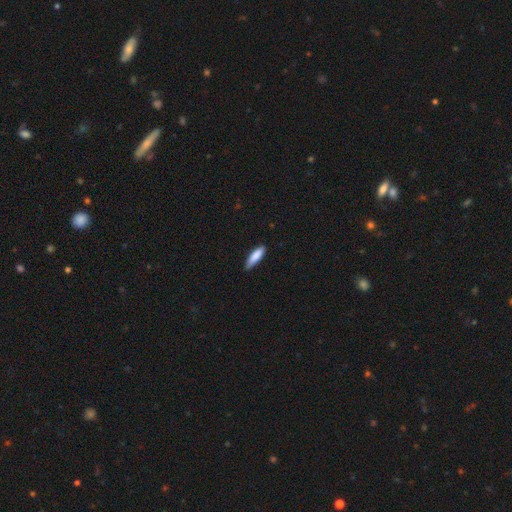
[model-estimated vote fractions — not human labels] This appears to be a smooth galaxy with no disk features (85%) that is cigar-shaped (62%). Merging: none (80%).